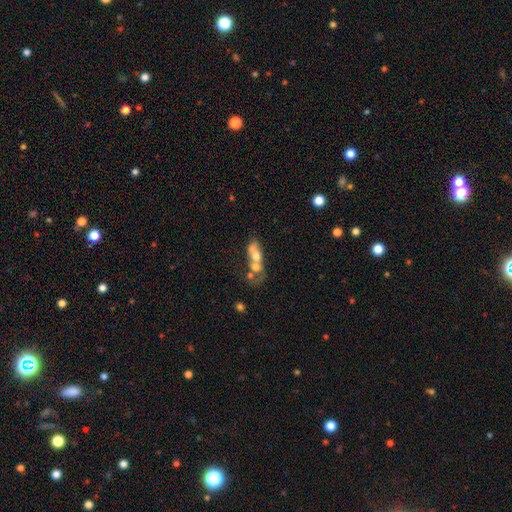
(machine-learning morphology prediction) The model was most divided on "smooth or featured": smooth: 49%, featured or disk: 40%, star or artifact: 11%. More confident: merging — merger (62%).